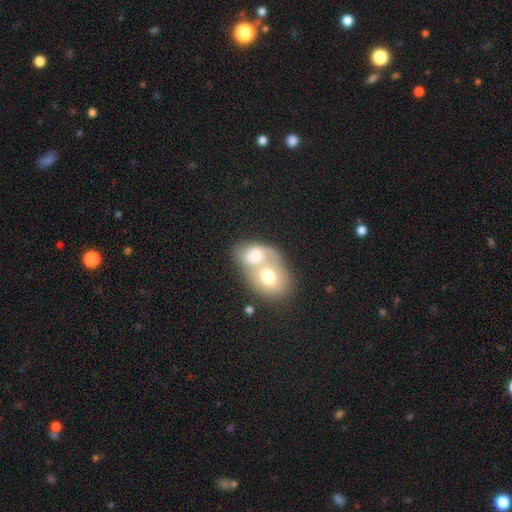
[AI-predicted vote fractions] Smooth or featured: smooth — 54% (featured or disk — 38%)
How rounded: in between — 62% (round — 37%)
Merging: merger — 78% (none — 12%)